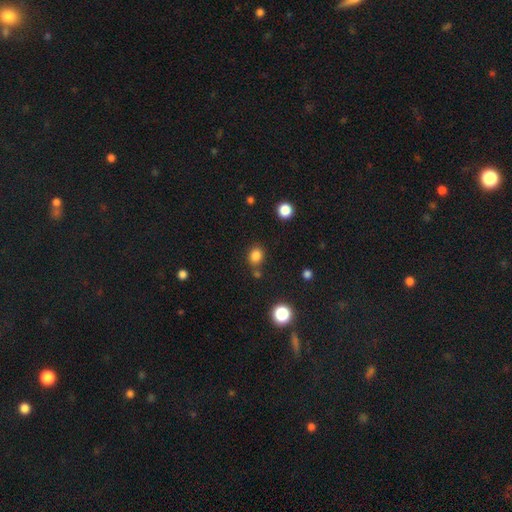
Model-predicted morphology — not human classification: A smooth galaxy with no disk features (82%) that is round (66%).

Vote fractions:
- Smooth or featured? smooth: 82% / star or artifact: 13% / featured or disk: 5%
- How rounded? round: 66% / in between: 33% / cigar-shaped: 1%
- Merging? none: 75% / minor disturbance: 11% / merger: 10% / major disturbance: 4%